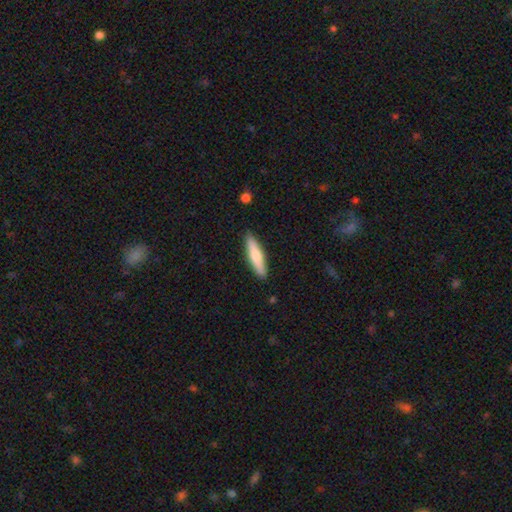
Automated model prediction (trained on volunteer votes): Q: Smooth or featured?
A: smooth (69%); runner-up: featured or disk (26%)
Q: How rounded?
A: cigar-shaped (81%); runner-up: in between (17%)
Q: Merging?
A: none (88%); runner-up: minor disturbance (9%)